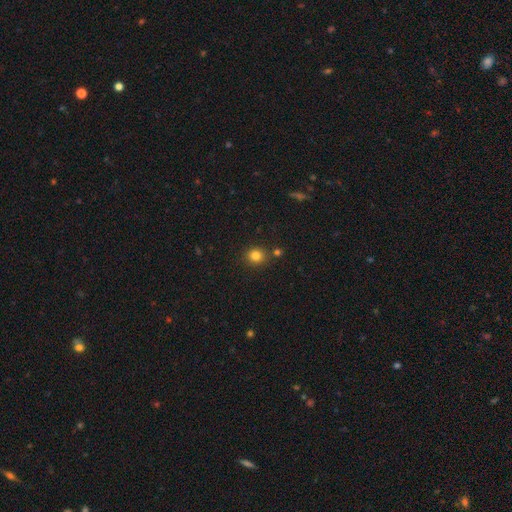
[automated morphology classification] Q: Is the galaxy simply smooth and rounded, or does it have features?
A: smooth — 81%.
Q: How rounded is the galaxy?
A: round — 84%.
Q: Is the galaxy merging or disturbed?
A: none — 82%.